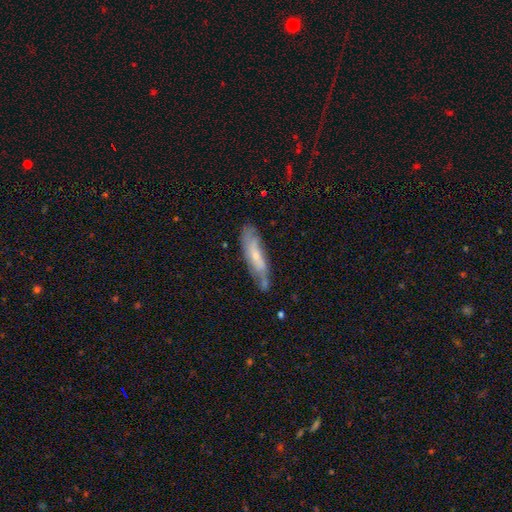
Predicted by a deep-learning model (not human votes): This is possibly a featured or disk galaxy (48%). Merging: likely none (62%).